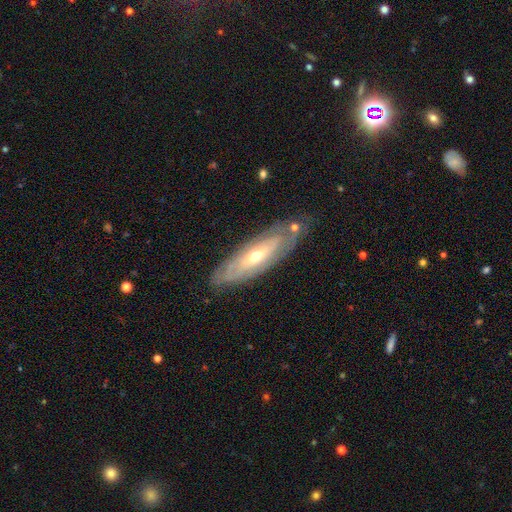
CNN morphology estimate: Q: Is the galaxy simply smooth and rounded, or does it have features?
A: featured or disk — 69%.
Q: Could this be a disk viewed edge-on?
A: no — 71%.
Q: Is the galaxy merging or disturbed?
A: none — 75%.